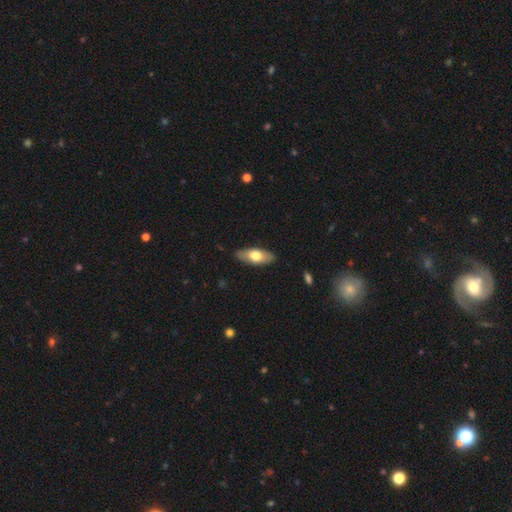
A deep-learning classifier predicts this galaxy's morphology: This appears to be a smooth galaxy with no disk features (64%) that is in between round and cigar-shaped (82%). Merging: none (86%).